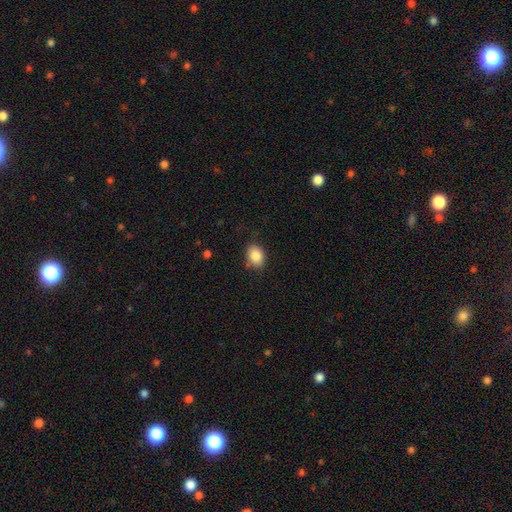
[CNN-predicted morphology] This is clearly a smooth galaxy (86%). How rounded: likely in between (70%). Merging: clearly none (80%).